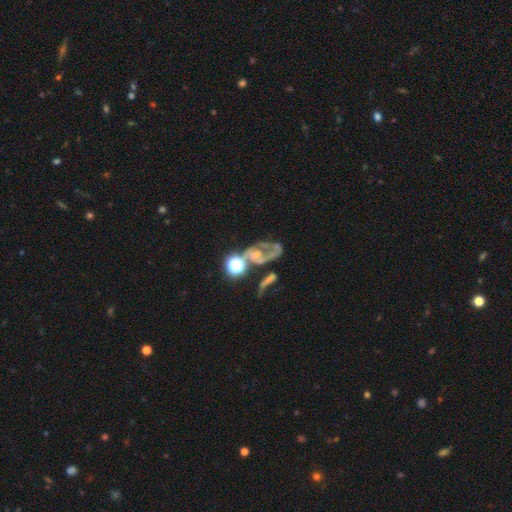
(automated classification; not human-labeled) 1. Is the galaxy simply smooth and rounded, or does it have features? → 58% featured or disk, 22% smooth, 20% star or artifact.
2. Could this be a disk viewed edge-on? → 95% no, 5% yes.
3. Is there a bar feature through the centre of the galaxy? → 77% no, 16% weak, 7% strong.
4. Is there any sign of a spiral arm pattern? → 50% yes (tied), 50% no (tied).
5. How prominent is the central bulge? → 36% small, 29% moderate, 25% none, 6% large, 3% dominant.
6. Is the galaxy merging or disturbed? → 33% major disturbance, 27% merger, 26% none, 15% minor disturbance.